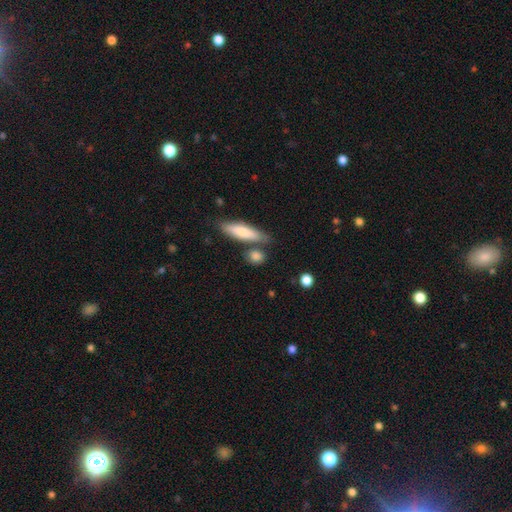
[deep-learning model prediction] Morphology: type=smooth (82%); roundness=round (46%); merging=none (69%).